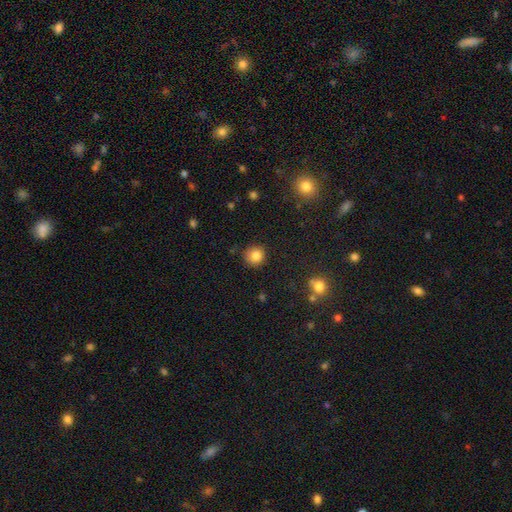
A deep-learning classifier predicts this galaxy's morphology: Smooth or featured? smooth (83%)
How rounded? round (92%)
Merging? none (87%)